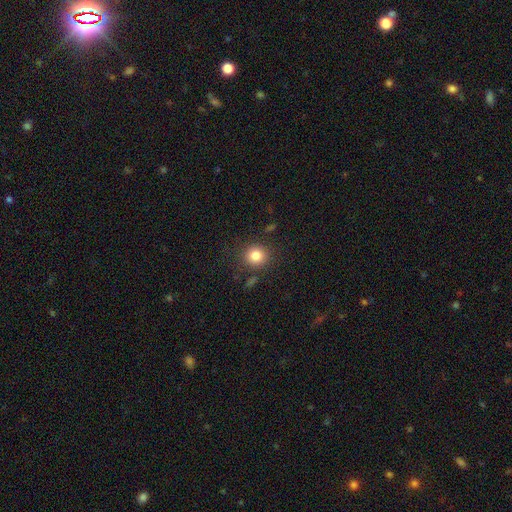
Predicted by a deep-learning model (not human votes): Smooth or featured: smooth — 82% (star or artifact — 11%)
How rounded: round — 87% (in between — 12%)
Merging: none — 85% (minor disturbance — 9%)